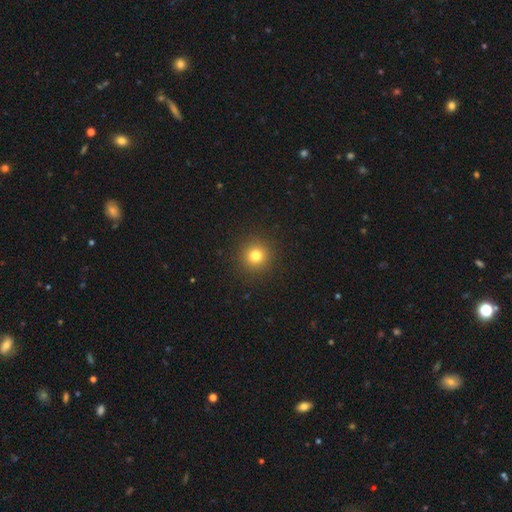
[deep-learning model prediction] This is likely a smooth galaxy (78%). How rounded: clearly round (95%). Merging: clearly none (92%).